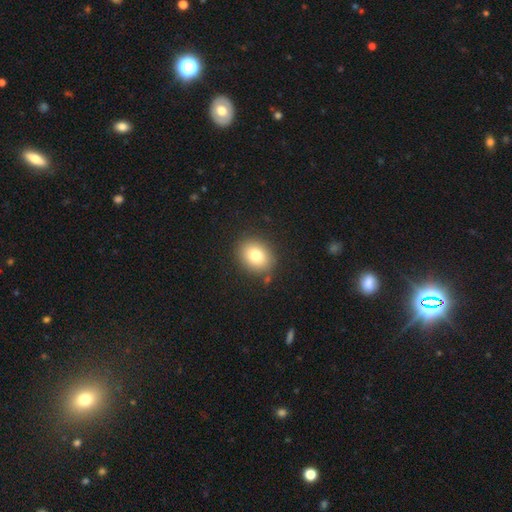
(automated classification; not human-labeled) A smooth galaxy with no disk features (79%) that is round (53%).

Vote fractions:
- Smooth or featured? smooth: 79% / star or artifact: 11% / featured or disk: 10%
- How rounded? round: 53% / in between: 47% / cigar-shaped: 1%
- Merging? none: 86% / minor disturbance: 9% / major disturbance: 3% / merger: 2%